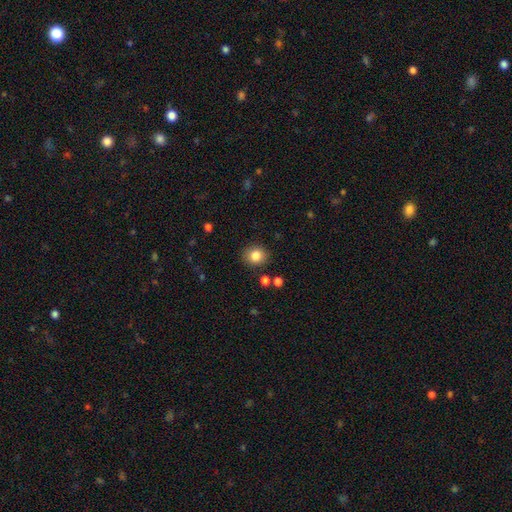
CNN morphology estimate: Smooth or featured? smooth (83%)
How rounded? round (74%)
Merging? none (87%)